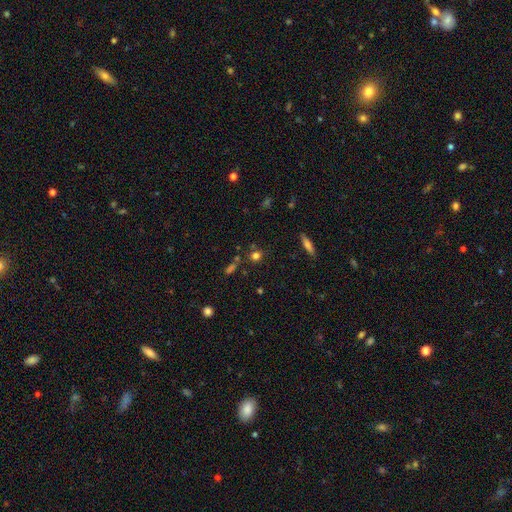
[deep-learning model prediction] A smooth galaxy with no disk features (70%) that is round (83%). Merging: none (75%).